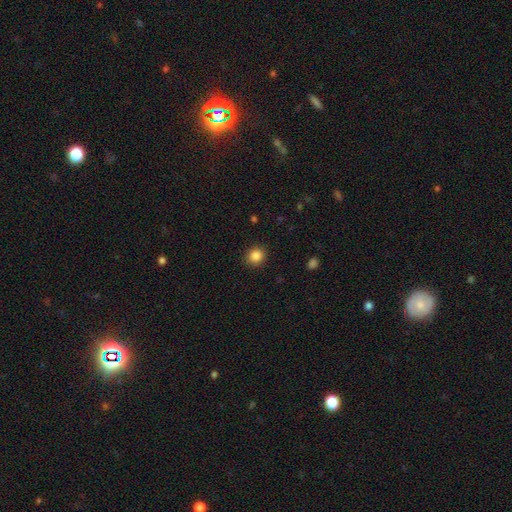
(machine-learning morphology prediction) Q: Smooth or featured?
A: smooth (86%); runner-up: star or artifact (11%)
Q: How rounded?
A: round (86%); runner-up: in between (14%)
Q: Merging?
A: none (91%); runner-up: minor disturbance (6%)